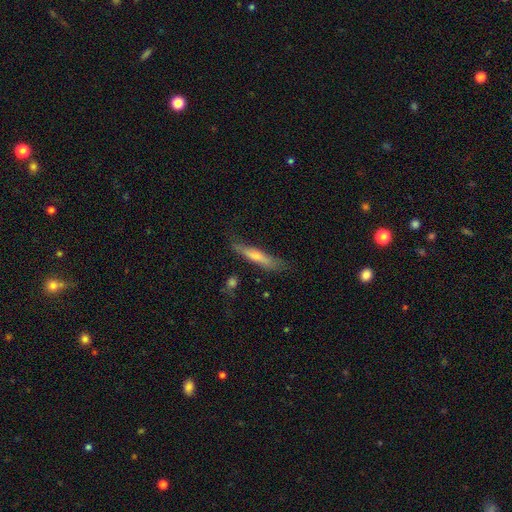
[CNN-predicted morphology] smooth 52%, featured or disk 41%, star or artifact 7%. Down the decision tree: how rounded — cigar-shaped (90%); merging — none (68%).